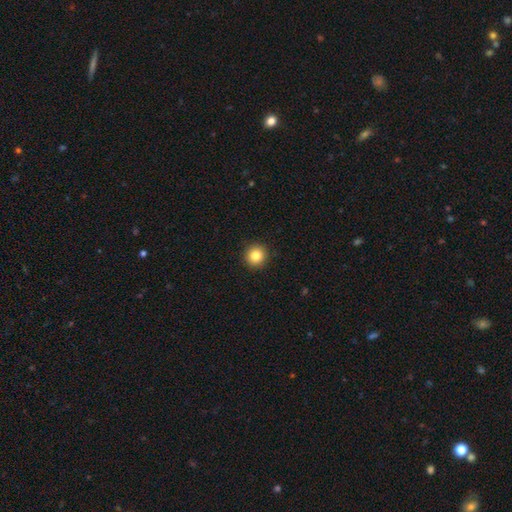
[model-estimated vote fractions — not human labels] smooth_or_featured: smooth (p=0.84) [alt: star or artifact p=0.10]
how_rounded: round (p=0.94) [alt: in between p=0.05]
merging: none (p=0.93) [alt: minor disturbance p=0.05]